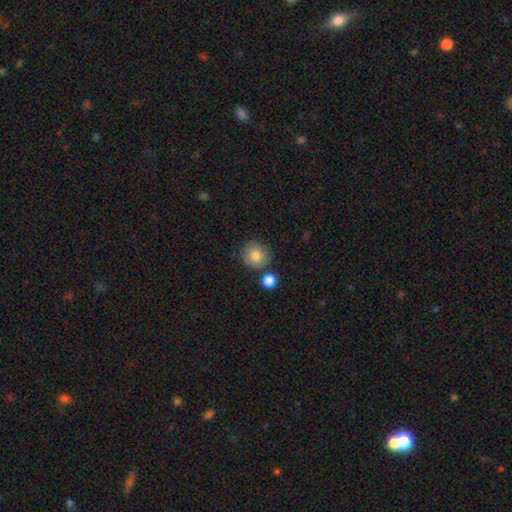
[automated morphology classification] A smooth galaxy with no disk features (82%) that is round (91%).

Vote fractions:
- Smooth or featured? smooth: 82% / star or artifact: 10% / featured or disk: 9%
- How rounded? round: 91% / in between: 8% / cigar-shaped: 1%
- Merging? none: 81% / minor disturbance: 9% / merger: 8% / major disturbance: 2%